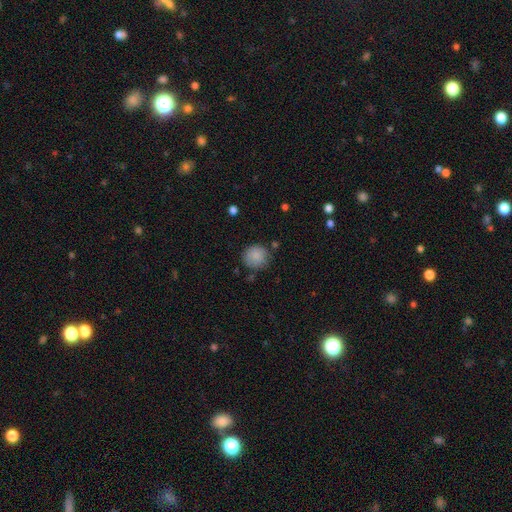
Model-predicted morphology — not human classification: A smooth galaxy with no disk features (87%) that is round (89%). Merging: none (77%).